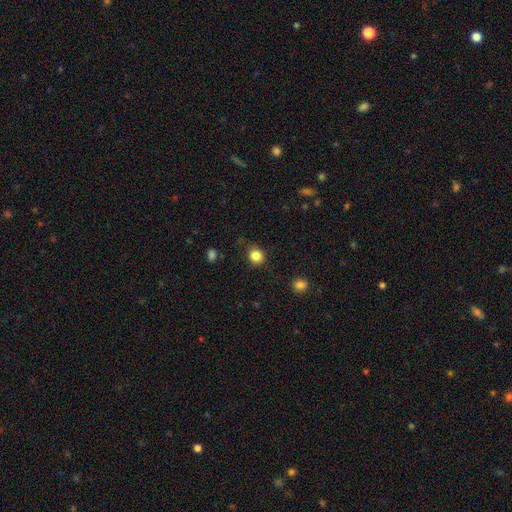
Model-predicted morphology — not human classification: smooth-or-featured: smooth: 84% | star or artifact: 11% | featured or disk: 5%
  how-rounded: round: 79% | in between: 20% | cigar-shaped: 1%
  merging: none: 84% | minor disturbance: 12% | major disturbance: 3% | merger: 1%